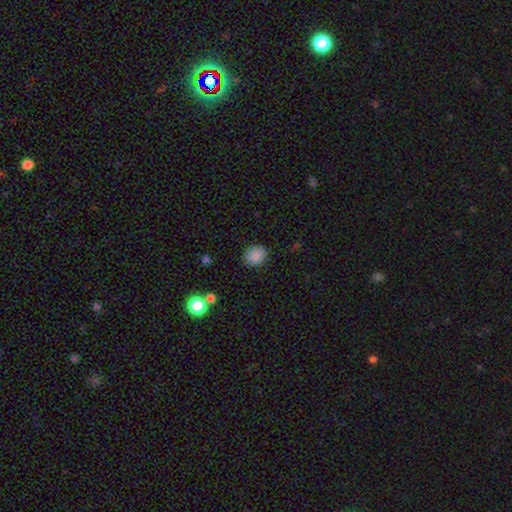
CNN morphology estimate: Smooth or featured?
  - smooth: 87% *
  - star or artifact: 10%
  - featured or disk: 4%
How rounded?
  - round: 64% *
  - in between: 35%
  - cigar-shaped: 1%
Merging?
  - none: 87% *
  - minor disturbance: 9%
  - major disturbance: 3%
  - merger: 1%